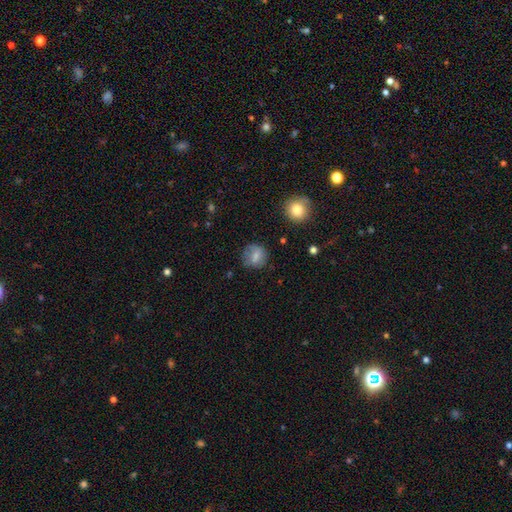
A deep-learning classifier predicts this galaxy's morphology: The model was most divided on "merging": none: 72%, minor disturbance: 18%, major disturbance: 7%, merger: 3%. More confident: how rounded — round (84%); smooth or featured — smooth (72%).